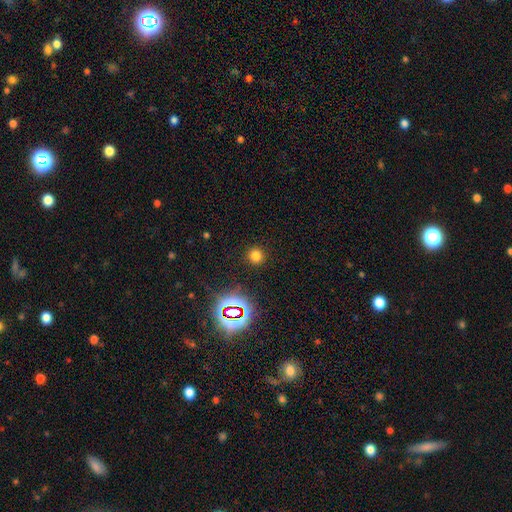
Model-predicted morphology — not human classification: smooth_or_featured: smooth (p=0.73) [alt: star or artifact p=0.21]
how_rounded: round (p=0.93) [alt: in between p=0.06]
merging: none (p=0.90) [alt: minor disturbance p=0.06]